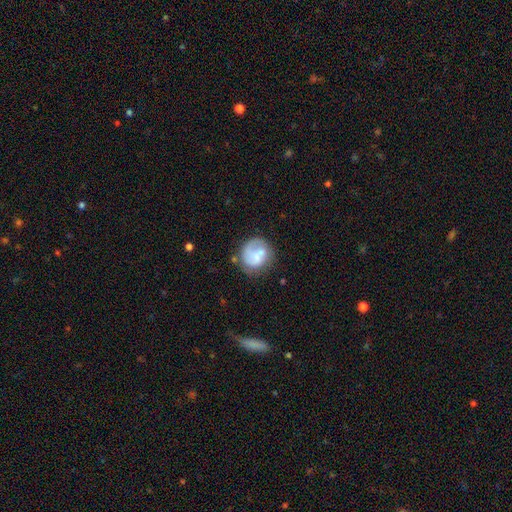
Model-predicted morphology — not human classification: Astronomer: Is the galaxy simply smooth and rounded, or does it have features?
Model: smooth — 51% (runner-up: featured or disk, 41%).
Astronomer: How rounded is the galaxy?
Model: round — 80%.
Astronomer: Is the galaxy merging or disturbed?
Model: none — 54%.